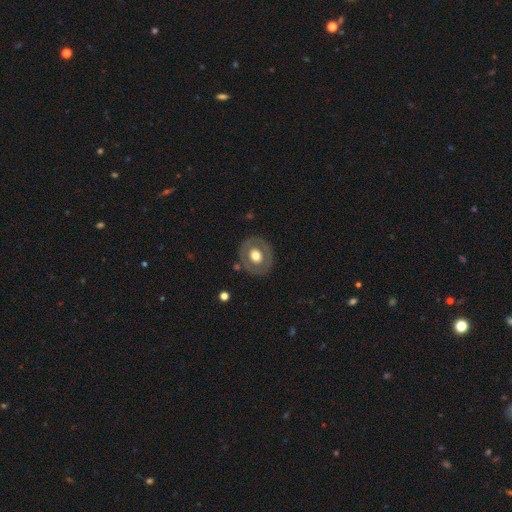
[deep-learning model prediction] smooth_or_featured: smooth (p=0.49) [alt: featured or disk p=0.45]
merging: none (p=0.82) [alt: minor disturbance p=0.11]